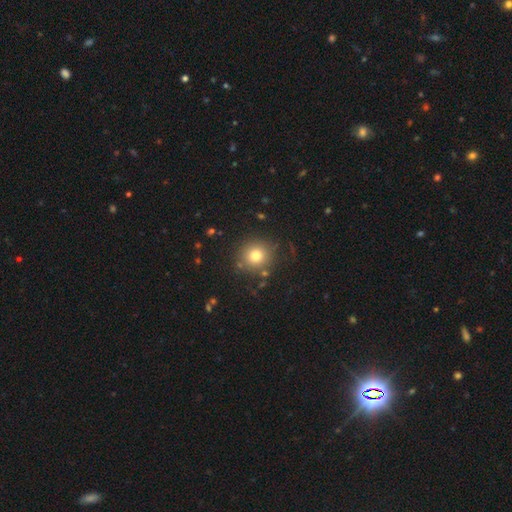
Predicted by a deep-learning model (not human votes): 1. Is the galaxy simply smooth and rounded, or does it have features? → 78% smooth, 13% star or artifact, 9% featured or disk.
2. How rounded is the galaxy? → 92% round, 7% in between, 1% cigar-shaped.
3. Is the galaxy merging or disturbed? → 84% none, 9% minor disturbance, 4% major disturbance, 3% merger.